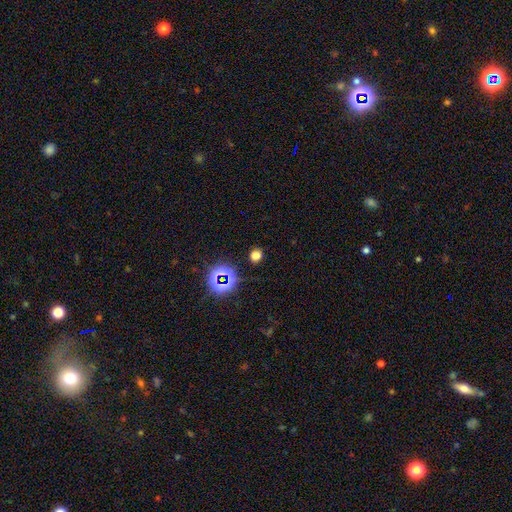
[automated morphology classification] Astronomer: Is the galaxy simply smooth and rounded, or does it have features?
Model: smooth — 64%.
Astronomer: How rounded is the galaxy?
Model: round — 76%.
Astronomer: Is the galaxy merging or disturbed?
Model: none — 86%.